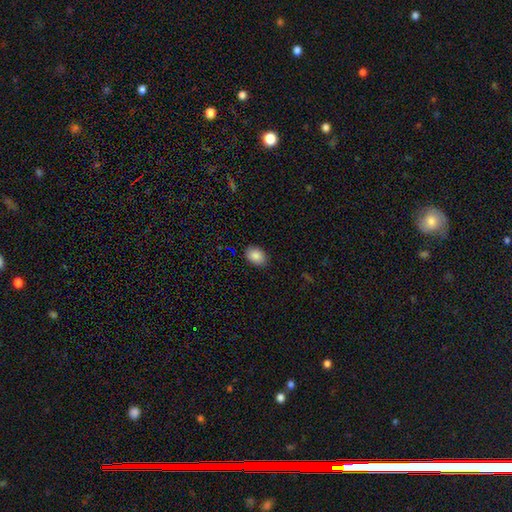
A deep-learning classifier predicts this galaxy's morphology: A smooth galaxy with no disk features (88%) that is in between round and cigar-shaped (80%).

Vote fractions:
- Smooth or featured? smooth: 88% / star or artifact: 8% / featured or disk: 5%
- How rounded? in between: 80% / round: 19% / cigar-shaped: 1%
- Merging? none: 87% / minor disturbance: 10% / major disturbance: 2% / merger: 1%